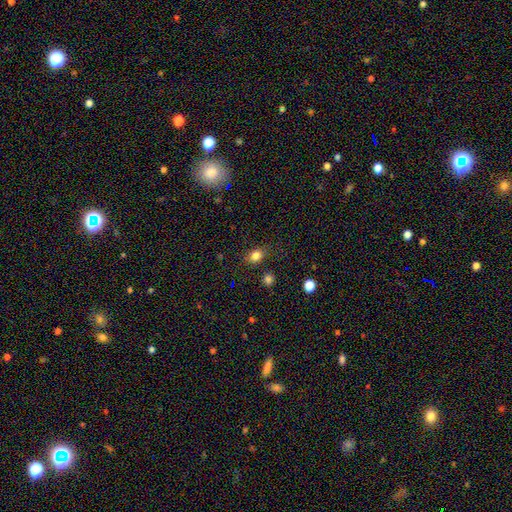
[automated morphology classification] Q: Smooth or featured?
A: smooth (81%); runner-up: star or artifact (12%)
Q: How rounded?
A: in between (50%); runner-up: round (48%)
Q: Merging?
A: none (79%); runner-up: minor disturbance (14%)